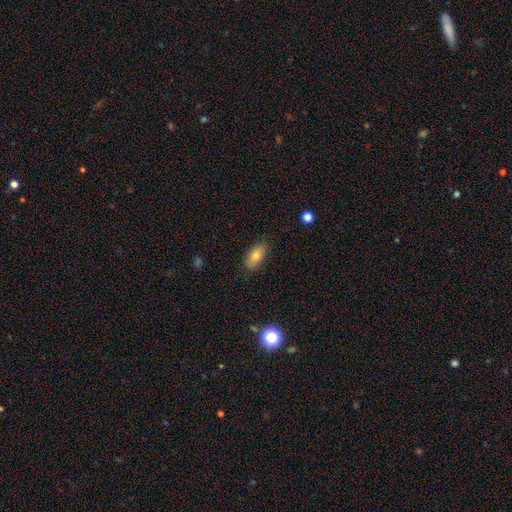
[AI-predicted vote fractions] A smooth galaxy with no disk features (76%) that is in between round and cigar-shaped (86%). Merging: none (83%).